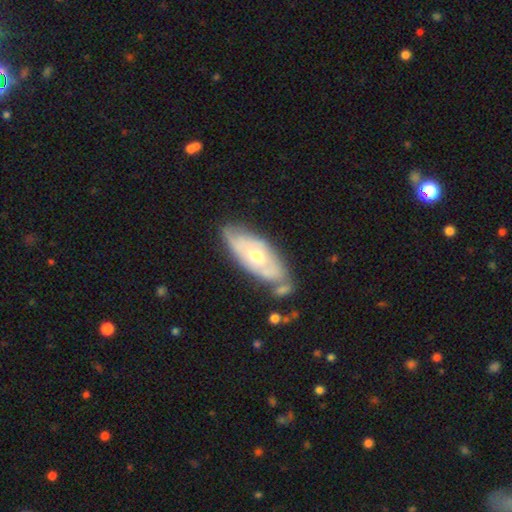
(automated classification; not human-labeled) Overall: featured or disk (67%; smooth 27%). Edge-on disk: no (83%). Bar: no (62%; weak 31%). Spiral arms: yes (68%; no 32%). Bulge size: moderate (65%; small 29%). Merging: none (58%; minor disturbance 24%).